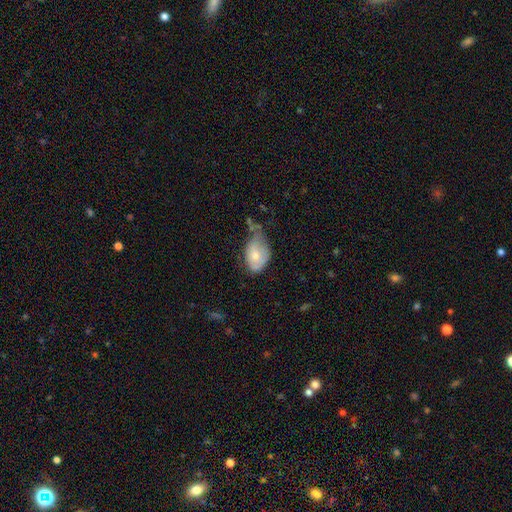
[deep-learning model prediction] The model was most divided on "merging": minor disturbance: 41%, major disturbance: 28%, none: 24%, merger: 7%. More confident: how rounded — in between (83%); smooth or featured — smooth (66%).